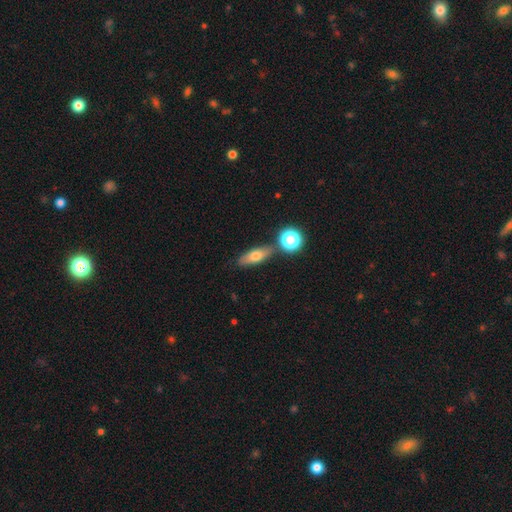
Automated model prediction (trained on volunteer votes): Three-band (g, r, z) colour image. It shows a smooth galaxy with no disk features (64%) that is in between round and cigar-shaped (56%). Merging: none (76%).